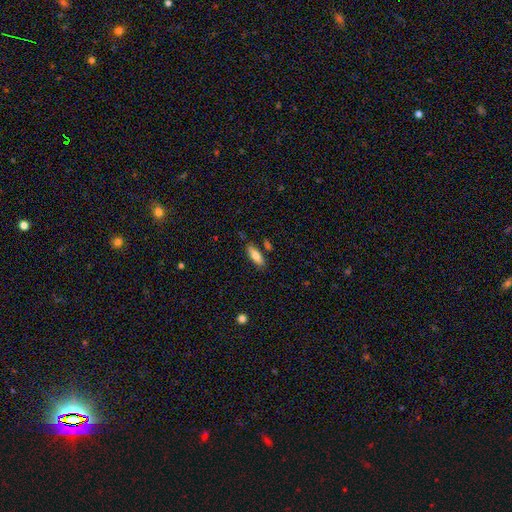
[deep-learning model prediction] Smooth or featured? Predicted: smooth (p=0.77). How rounded? Predicted: in between (p=0.64). Merging? Predicted: none (p=0.80).